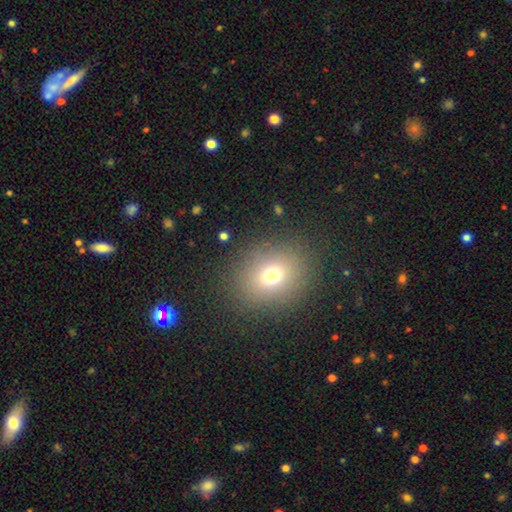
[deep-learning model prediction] Morphology: type=smooth (67%); roundness=round (64%); merging=none (90%).